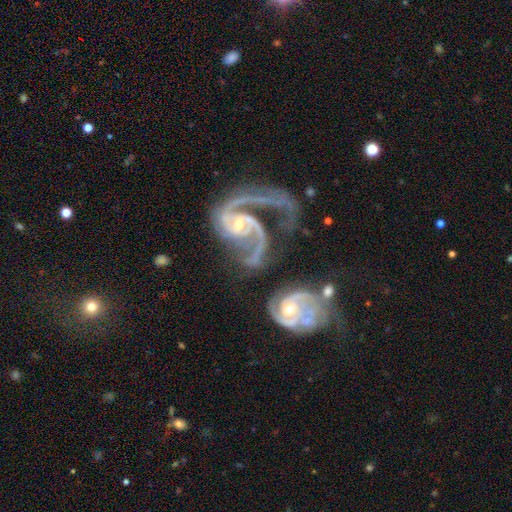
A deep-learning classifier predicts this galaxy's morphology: Smooth or featured: featured or disk — 90% (star or artifact — 5%)
Edge-on disk: no — 98% (yes — 2%)
Bar: no — 49% (weak — 34%)
Spiral arms: yes — 97% (no — 3%)
Spiral winding: medium — 51% (loose — 26%)
Spiral arm count: 2 — 61% (3 — 15%)
Bulge size: small — 48% (moderate — 45%)
Merging: merger — 40% (major disturbance — 30%)